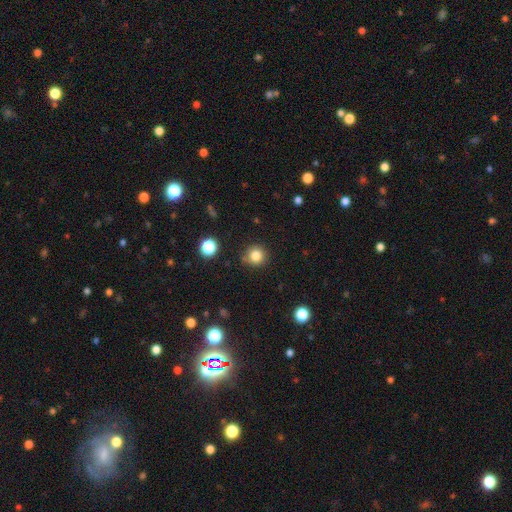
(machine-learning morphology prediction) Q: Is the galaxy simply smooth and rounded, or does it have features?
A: smooth — 82%.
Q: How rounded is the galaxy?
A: round — 92%.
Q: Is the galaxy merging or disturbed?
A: none — 85%.